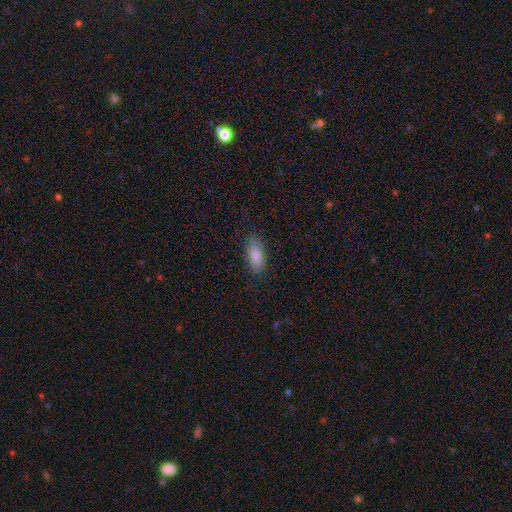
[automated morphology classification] Smooth or featured?
  - smooth: 85% *
  - featured or disk: 8%
  - star or artifact: 7%
How rounded?
  - in between: 86% *
  - cigar-shaped: 11%
  - round: 2%
Merging?
  - none: 83% *
  - minor disturbance: 13%
  - major disturbance: 3%
  - merger: 1%